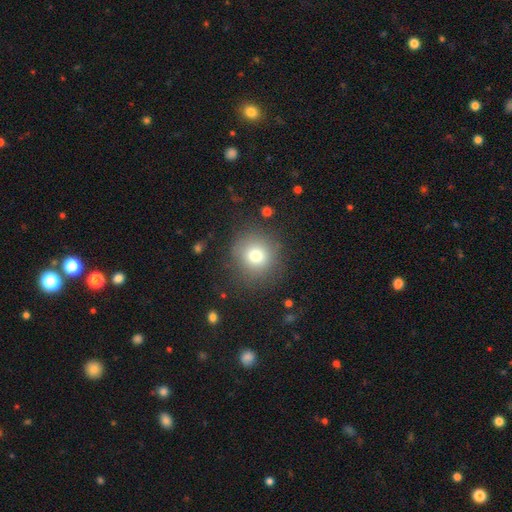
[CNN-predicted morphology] type=smooth (75%); roundness=round (91%); merging=none (83%).